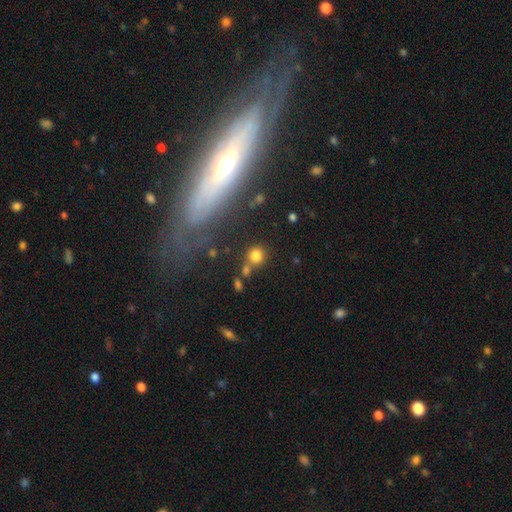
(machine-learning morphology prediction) type=smooth (79%); roundness=round (88%); merging=none (68%).